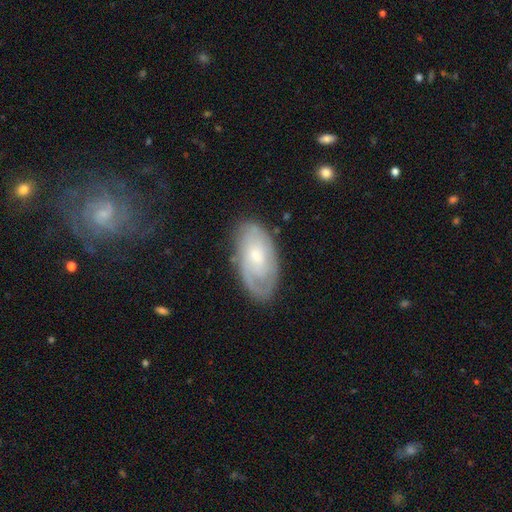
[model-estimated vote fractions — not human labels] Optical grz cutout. It shows a featured or disk galaxy (66%) with no bar (64%), tight (59%) spiral arms (85%) and a small central bulge (57%). Merging: none (75%).